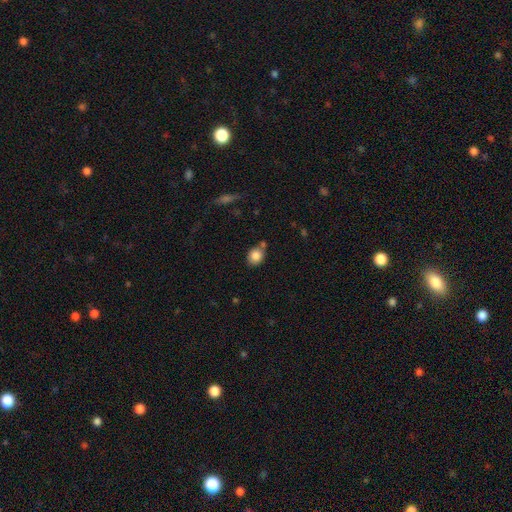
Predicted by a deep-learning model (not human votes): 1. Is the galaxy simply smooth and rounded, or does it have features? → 84% smooth, 9% star or artifact, 7% featured or disk.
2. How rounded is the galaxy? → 65% round, 34% in between, 1% cigar-shaped.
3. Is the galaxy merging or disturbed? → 70% none, 14% minor disturbance, 12% merger, 3% major disturbance.